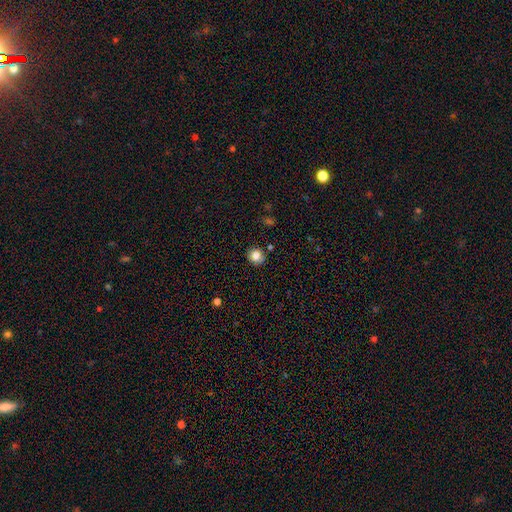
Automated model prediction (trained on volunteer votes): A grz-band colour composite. It shows a smooth galaxy with no disk features (81%) that is round (87%). Merging: none (88%).